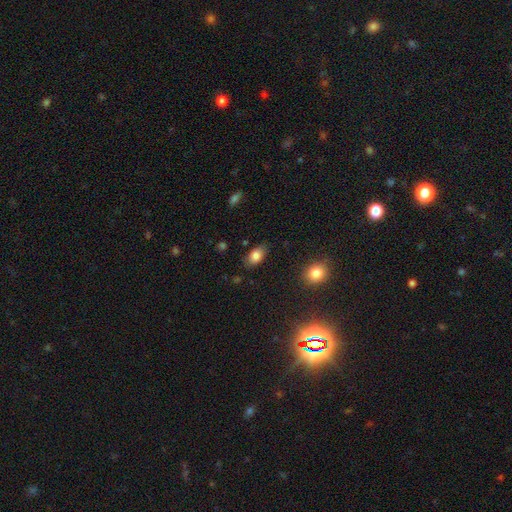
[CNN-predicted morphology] The model was most divided on "merging": none: 80%, minor disturbance: 16%, major disturbance: 3%, merger: 2%. More confident: how rounded — in between (90%); smooth or featured — smooth (83%).